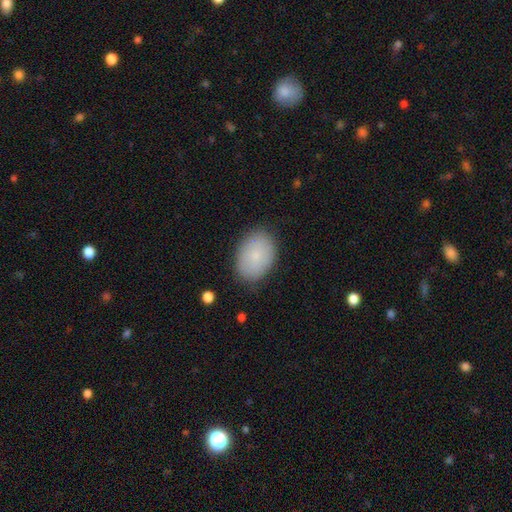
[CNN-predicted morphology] A smooth galaxy with no disk features (81%) that is in between round and cigar-shaped (82%).

Vote fractions:
- Smooth or featured? smooth: 81% / featured or disk: 12% / star or artifact: 7%
- How rounded? in between: 82% / round: 17% / cigar-shaped: 1%
- Merging? none: 83% / minor disturbance: 13% / major disturbance: 3% / merger: 1%